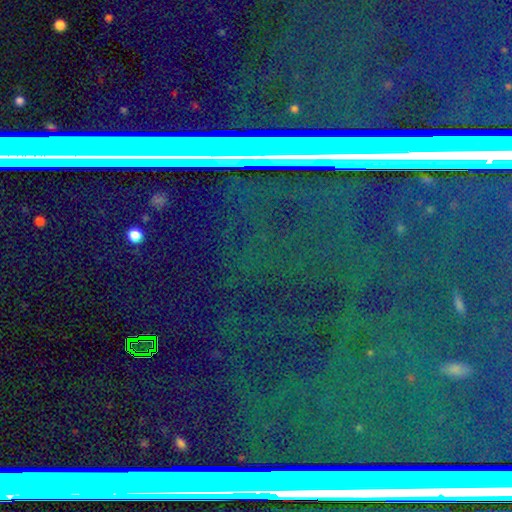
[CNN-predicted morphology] Smooth or featured? Predicted: star or artifact (p=0.77).